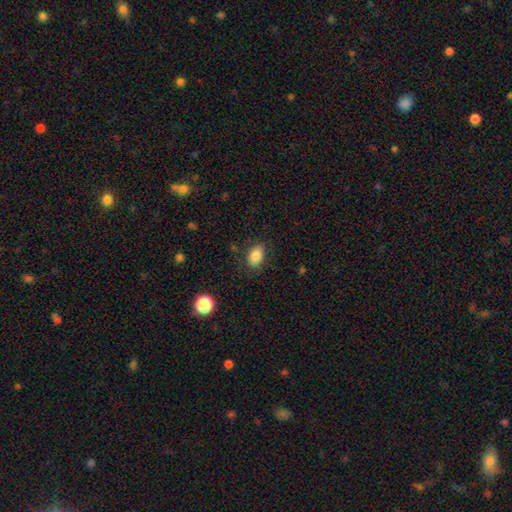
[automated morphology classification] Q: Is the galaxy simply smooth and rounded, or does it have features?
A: smooth — 84%.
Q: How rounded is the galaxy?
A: in between — 84%.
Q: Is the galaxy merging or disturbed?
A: none — 82%.